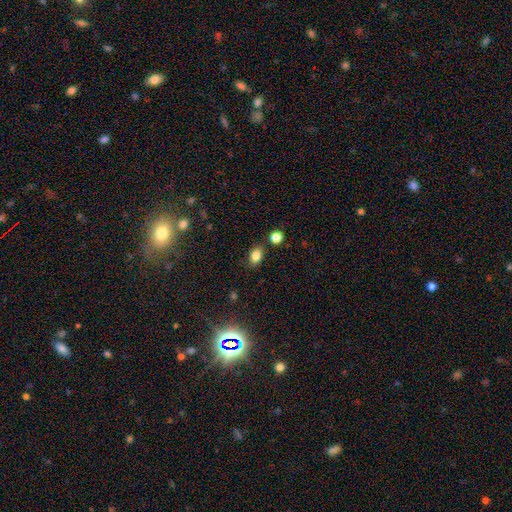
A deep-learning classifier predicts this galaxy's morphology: smooth 82%, star or artifact 11%, featured or disk 7%. Down the decision tree: how rounded — in between (81%); merging — none (79%).